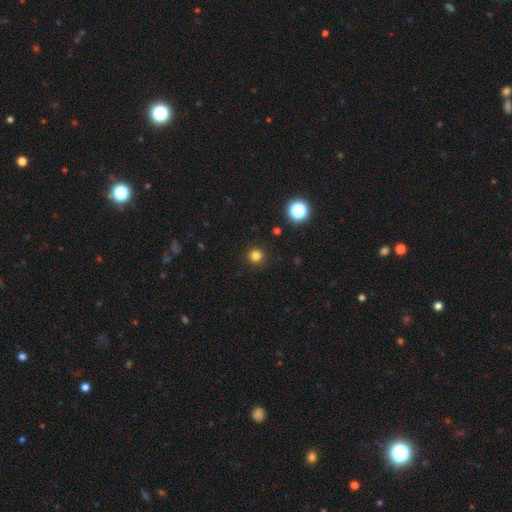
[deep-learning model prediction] Smooth or featured? Predicted: smooth (p=0.81). How rounded? Predicted: round (p=0.96). Merging? Predicted: none (p=0.92).